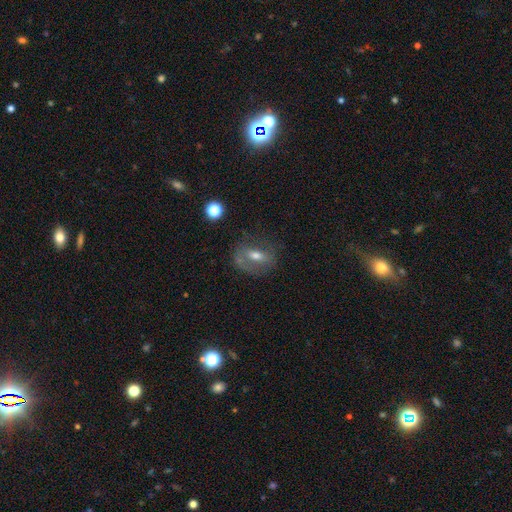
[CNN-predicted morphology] Smooth or featured? Predicted: featured or disk (p=0.51). Edge-on disk? Predicted: no (p=0.88). Merging? Predicted: none (p=0.62).